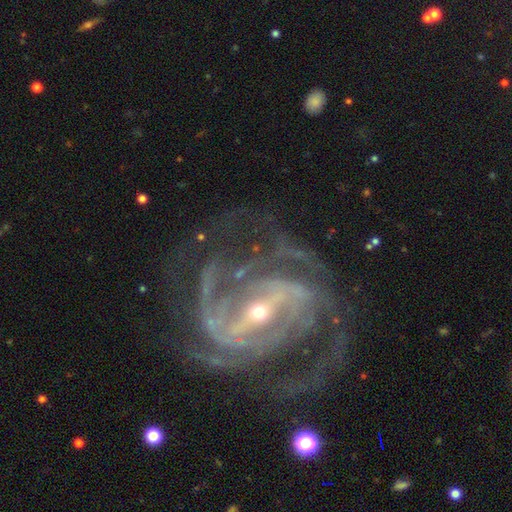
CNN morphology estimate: Smooth or featured? Predicted: featured or disk (p=0.92). Edge-on disk? Predicted: no (p=0.97). Bar? Predicted: strong (p=0.67). Spiral arms? Predicted: yes (p=0.98). Spiral winding? Predicted: medium (p=0.44, tied with tight). Spiral arm count? Predicted: 2 (p=0.28). Bulge size? Predicted: small (p=0.70). Merging? Predicted: none (p=0.67).